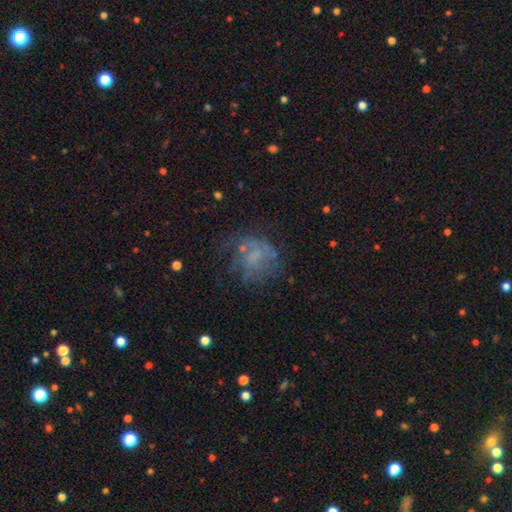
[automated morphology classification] Smooth or featured? Predicted: featured or disk (p=0.45). Merging? Predicted: none (p=0.48).